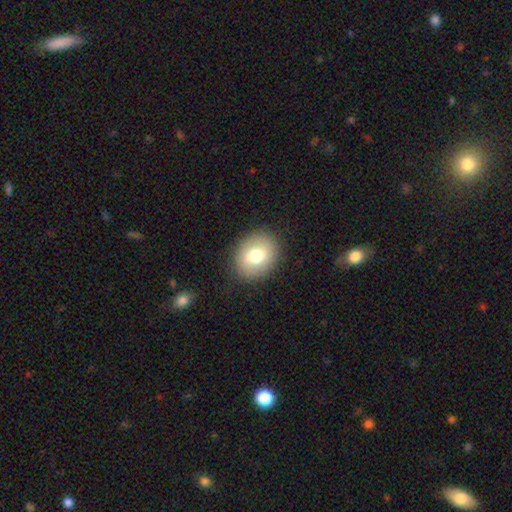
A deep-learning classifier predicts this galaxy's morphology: This appears to be a smooth galaxy with no disk features (74%) that is round (54%). Merging: none (88%).